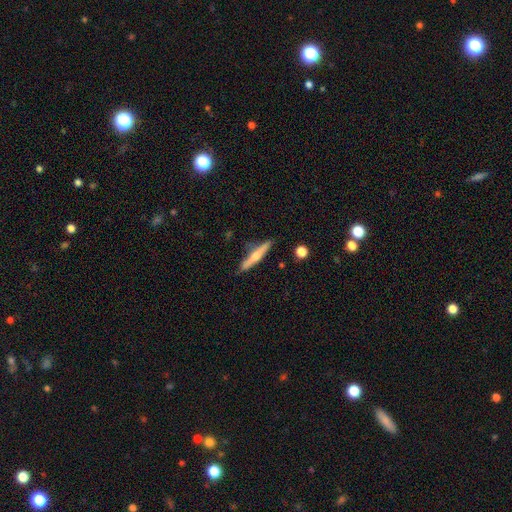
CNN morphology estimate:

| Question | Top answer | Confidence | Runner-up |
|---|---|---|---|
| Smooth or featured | featured or disk | 52% | smooth (42%) |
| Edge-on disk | yes | 96% | no (4%) |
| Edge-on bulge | rounded | 83% | none (12%) |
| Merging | none | 83% | minor disturbance (12%) |